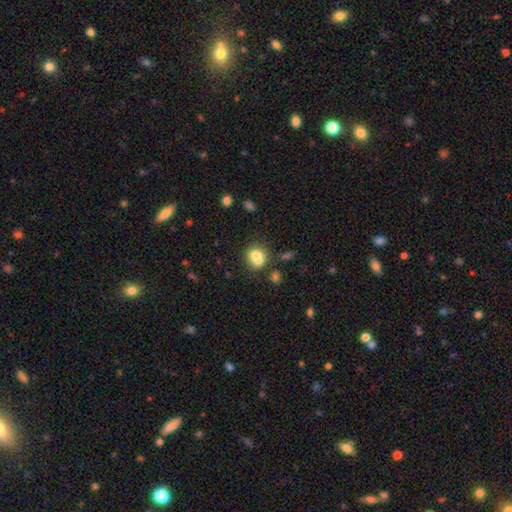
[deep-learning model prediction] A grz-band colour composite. It shows a smooth galaxy with no disk features (72%) that is round (67%). Merging: merger (49%).